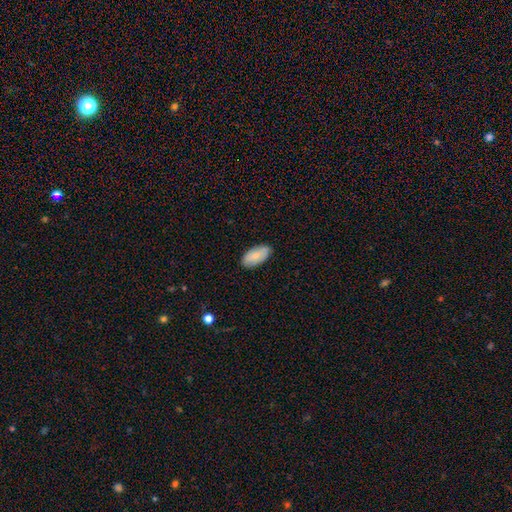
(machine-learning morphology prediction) Smooth or featured: smooth — 83% (featured or disk — 11%)
How rounded: in between — 94% (cigar-shaped — 4%)
Merging: none — 85% (minor disturbance — 12%)